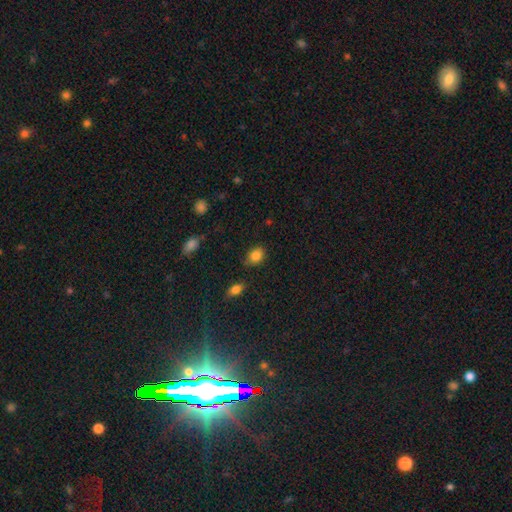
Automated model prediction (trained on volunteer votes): Morphology: type=smooth (84%); roundness=in between (59%); merging=none (75%).